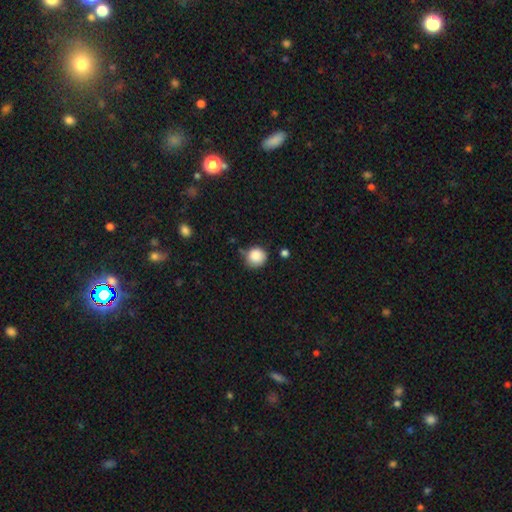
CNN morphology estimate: A smooth galaxy with no disk features (86%) that is round (88%).

Vote fractions:
- Smooth or featured? smooth: 86% / star or artifact: 9% / featured or disk: 4%
- How rounded? round: 88% / in between: 11% / cigar-shaped: 1%
- Merging? none: 68% / minor disturbance: 22% / merger: 5% / major disturbance: 5%